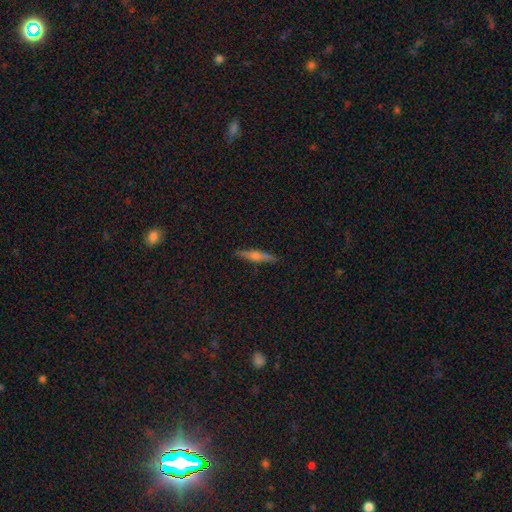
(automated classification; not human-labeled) smooth_or_featured: featured or disk (p=0.58) [alt: smooth p=0.34]
disk_edge_on: yes (p=0.97) [alt: no p=0.03]
edge_on_bulge: rounded (p=0.82) [alt: none p=0.10]
merging: none (p=0.90) [alt: minor disturbance p=0.07]